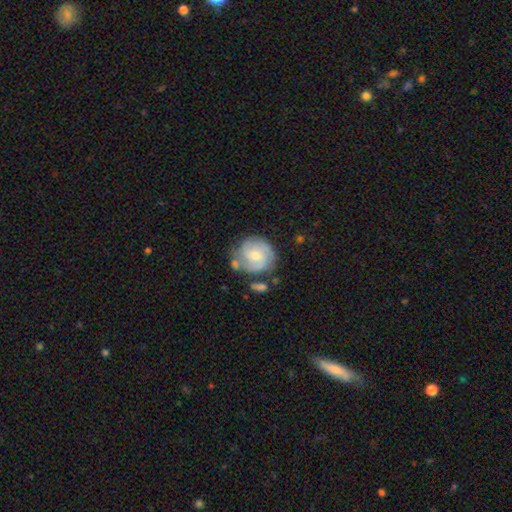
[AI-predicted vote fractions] Smooth or featured? Predicted: featured or disk (p=0.63). Edge-on disk? Predicted: no (p=0.98). Bar? Predicted: no (p=0.59). Spiral arms? Predicted: yes (p=0.88). Spiral winding? Predicted: tight (p=0.46). Spiral arm count? Predicted: 2 (p=0.34). Bulge size? Predicted: small (p=0.59). Merging? Predicted: none (p=0.64).